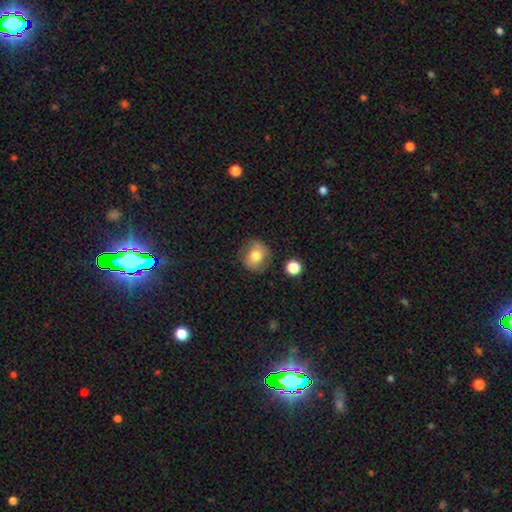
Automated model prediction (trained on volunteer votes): This is likely a smooth galaxy (71%). How rounded: clearly round (84%). Merging: likely none (78%).